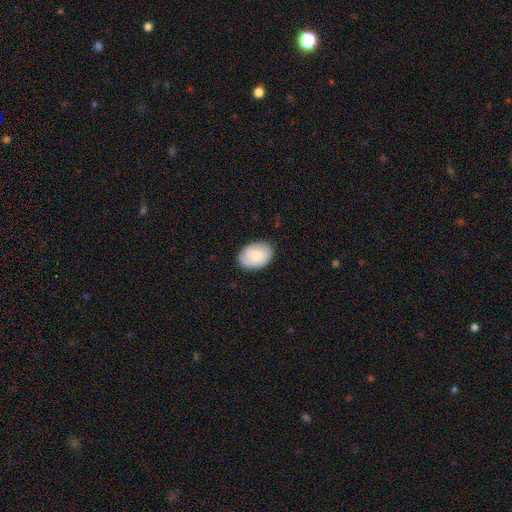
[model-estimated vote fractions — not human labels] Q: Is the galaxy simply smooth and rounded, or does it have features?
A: smooth — 60%.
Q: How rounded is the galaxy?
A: in between — 75%.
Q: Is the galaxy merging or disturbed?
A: none — 80%.